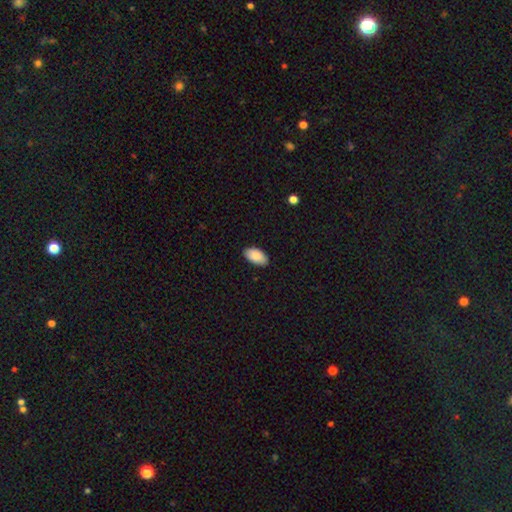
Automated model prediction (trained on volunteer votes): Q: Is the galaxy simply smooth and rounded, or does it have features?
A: smooth — 89%.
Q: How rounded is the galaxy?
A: in between — 96%.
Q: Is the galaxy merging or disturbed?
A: none — 87%.